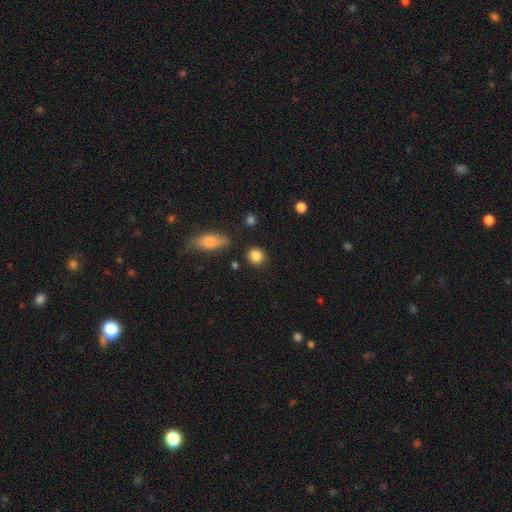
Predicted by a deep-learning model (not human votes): This is clearly a smooth galaxy (86%). How rounded: clearly round (80%). Merging: clearly none (83%).